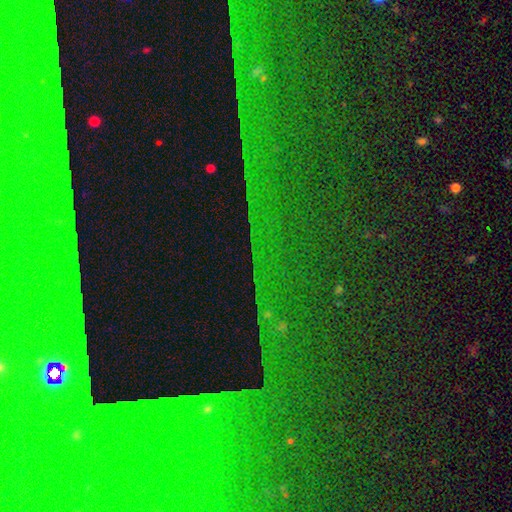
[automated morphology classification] This is clearly a star or artifact rather than a galaxy (82%).